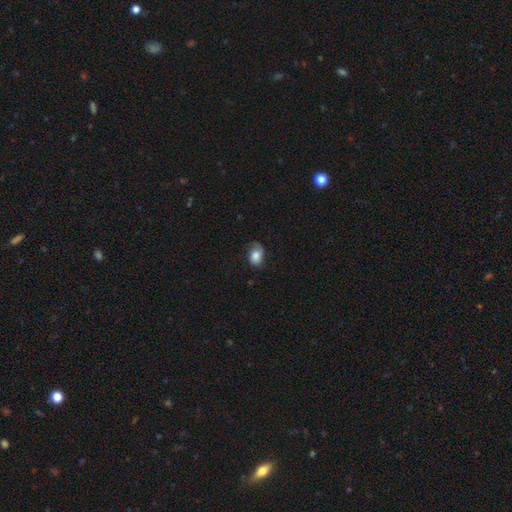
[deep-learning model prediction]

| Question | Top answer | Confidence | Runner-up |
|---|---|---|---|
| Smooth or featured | smooth | 72% | featured or disk (20%) |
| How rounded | in between | 75% | round (23%) |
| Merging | none | 56% | minor disturbance (30%) |